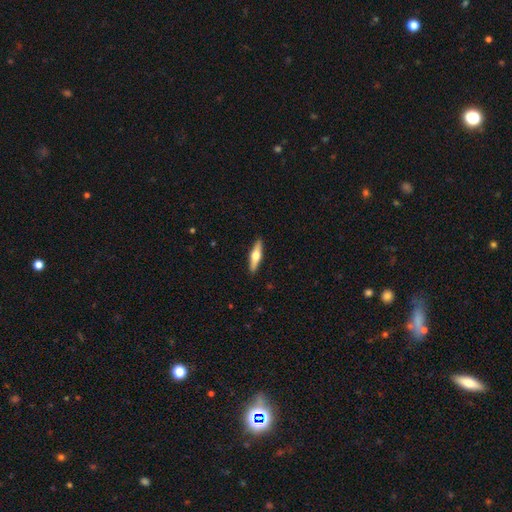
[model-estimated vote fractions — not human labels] The model was most divided on "smooth or featured": featured or disk: 54%, smooth: 40%, star or artifact: 5%. More confident: edge-on disk — yes (95%); edge-on bulge — rounded (95%); merging — none (91%).